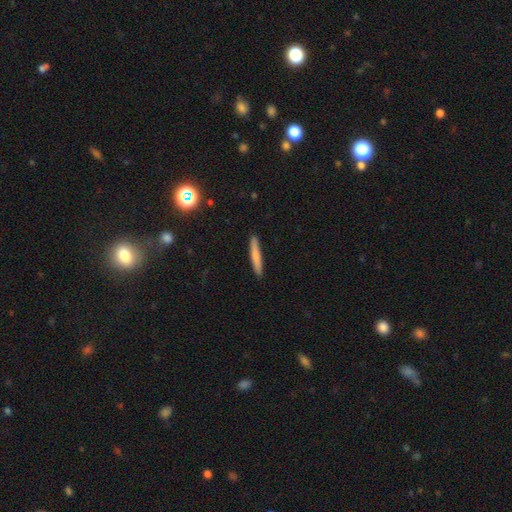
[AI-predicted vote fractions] Smooth or featured: smooth — 72% (featured or disk — 21%)
How rounded: cigar-shaped — 94% (in between — 4%)
Merging: none — 89% (minor disturbance — 8%)